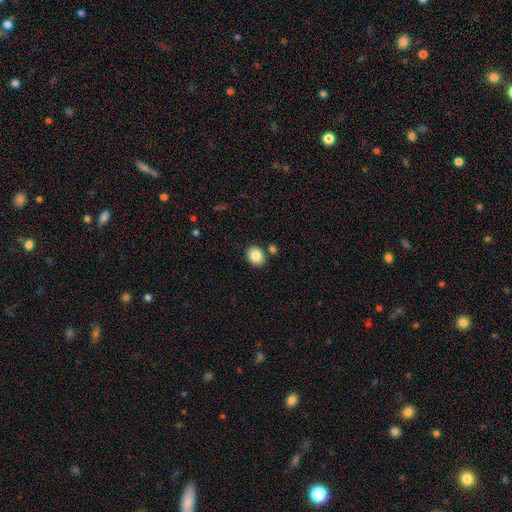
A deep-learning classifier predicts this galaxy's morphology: type=smooth (85%); roundness=round (54%); merging=none (83%).